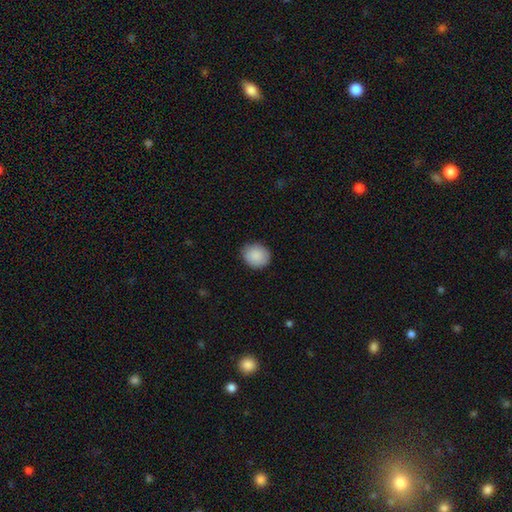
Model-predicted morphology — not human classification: smooth_or_featured: smooth (p=0.89) [alt: star or artifact p=0.07]
how_rounded: round (p=0.73) [alt: in between p=0.26]
merging: none (p=0.86) [alt: minor disturbance p=0.11]